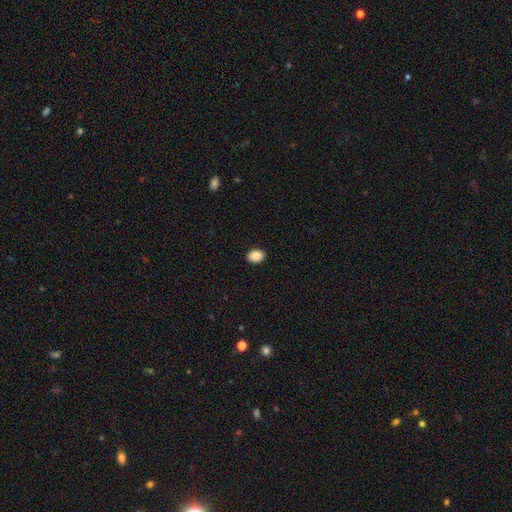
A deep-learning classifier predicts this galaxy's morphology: smooth-or-featured: smooth: 90% | star or artifact: 8% | featured or disk: 2%
  how-rounded: in between: 63% | round: 36% | cigar-shaped: 1%
  merging: none: 90% | minor disturbance: 7% | major disturbance: 2% | merger: 1%